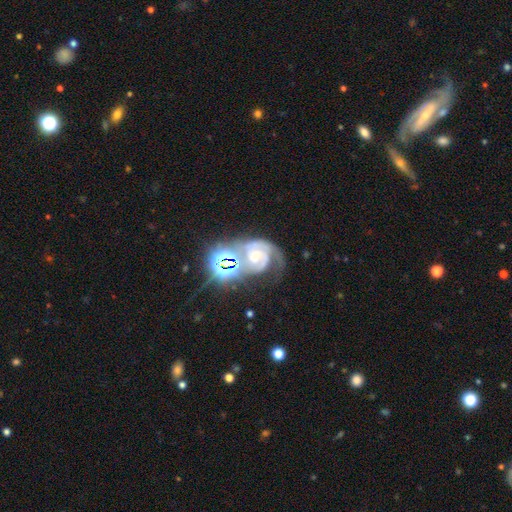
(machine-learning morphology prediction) type=featured or disk (74%); edge-on=no (98%); bar=no (63%); spiral arms=yes (95%); winding=tight (45%); arm count=2 (59%); bulge=small (48%); merging=none (36%).